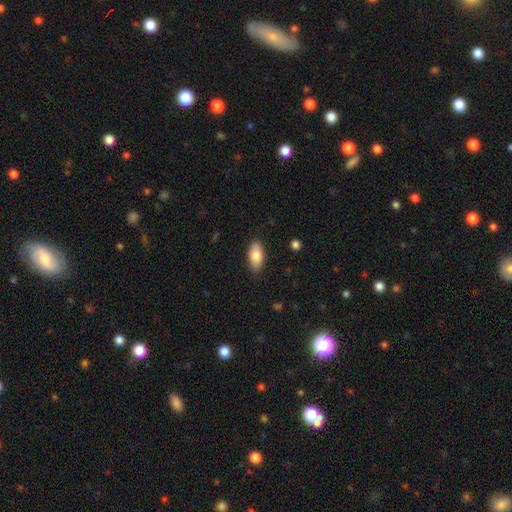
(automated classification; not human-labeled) A smooth galaxy with no disk features (80%) that is in between round and cigar-shaped (90%).

Vote fractions:
- Smooth or featured? smooth: 80% / featured or disk: 14% / star or artifact: 6%
- How rounded? in between: 90% / cigar-shaped: 7% / round: 3%
- Merging? none: 86% / minor disturbance: 11% / major disturbance: 2% / merger: 1%